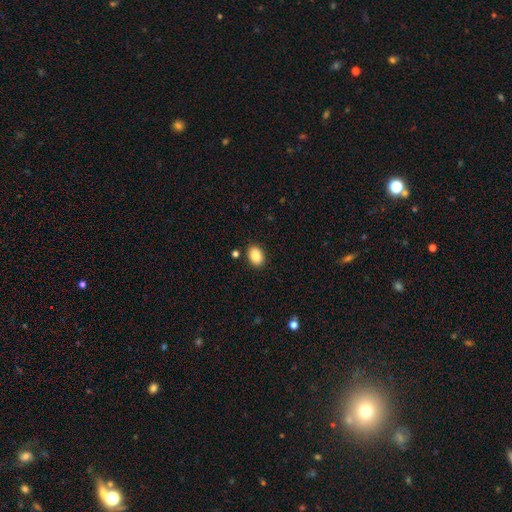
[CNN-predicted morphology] This is clearly a smooth galaxy (89%). How rounded: clearly in between (81%). Merging: clearly none (87%).